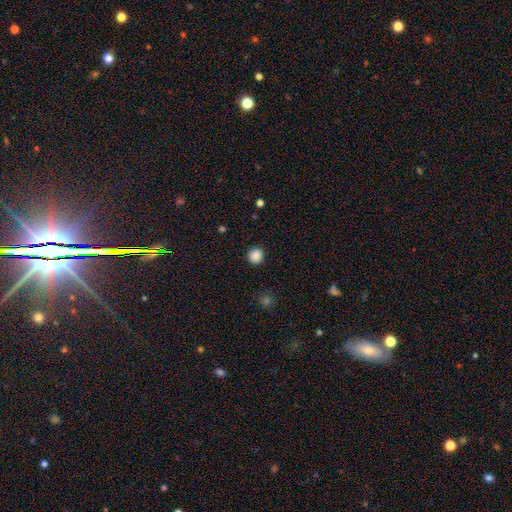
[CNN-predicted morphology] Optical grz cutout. It shows a smooth galaxy with no disk features (87%) that is round (94%). Merging: none (91%).